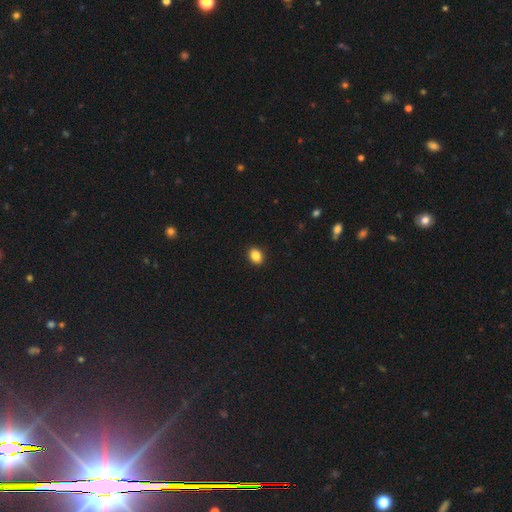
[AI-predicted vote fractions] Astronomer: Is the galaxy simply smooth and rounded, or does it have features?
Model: smooth — 87%.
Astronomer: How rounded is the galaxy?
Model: in between — 59% (runner-up: round, 40%).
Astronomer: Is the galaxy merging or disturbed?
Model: none — 91%.